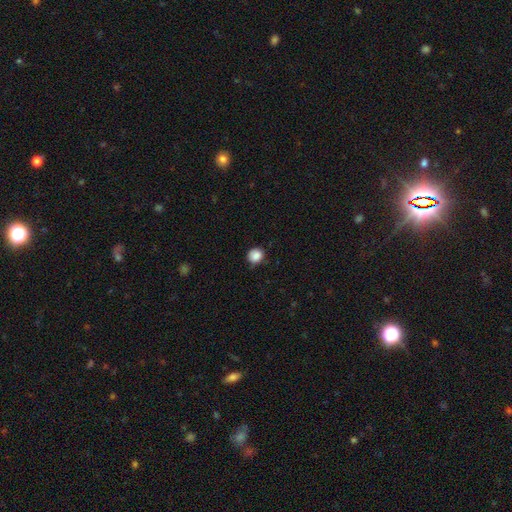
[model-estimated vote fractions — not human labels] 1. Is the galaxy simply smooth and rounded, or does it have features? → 87% smooth, 9% star or artifact, 4% featured or disk.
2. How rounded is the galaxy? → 83% round, 16% in between, 1% cigar-shaped.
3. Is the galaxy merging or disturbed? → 81% none, 16% minor disturbance, 3% major disturbance, 1% merger.